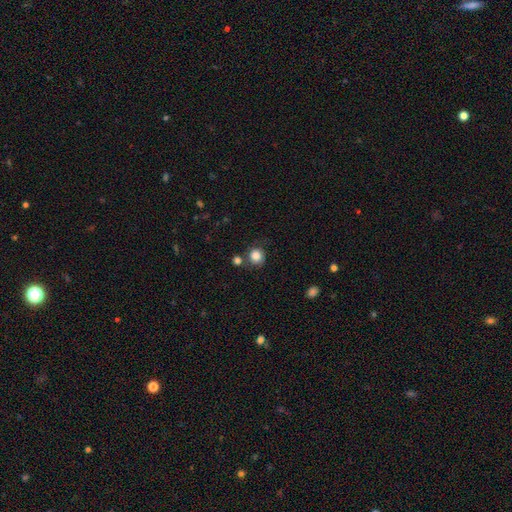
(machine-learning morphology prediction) A smooth galaxy with no disk features (82%) that is round (86%). Merging: none (67%).